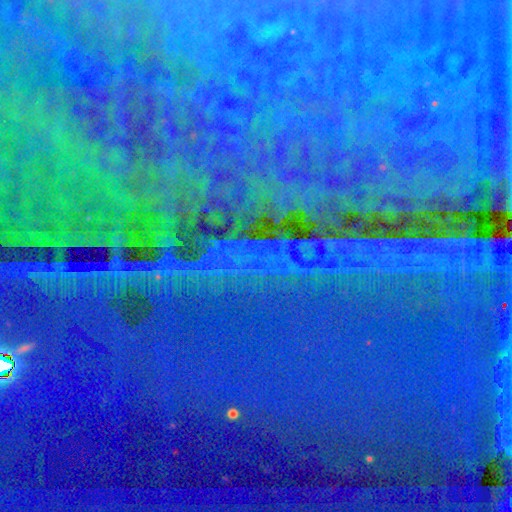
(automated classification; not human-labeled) Overall: star or artifact (86%).